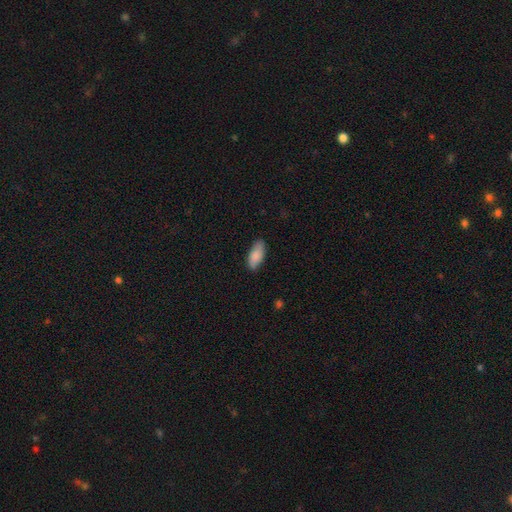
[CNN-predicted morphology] This appears to be a smooth galaxy with no disk features (84%) that is in between round and cigar-shaped (85%). Merging: none (82%).